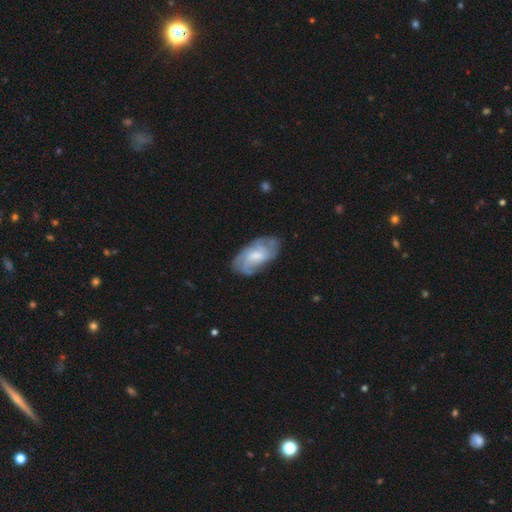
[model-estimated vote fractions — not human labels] This appears to be a featured or disk galaxy (59%) with no bar (50%), spiral arms (79%) and a moderate central bulge (47%). Merging: none (65%).